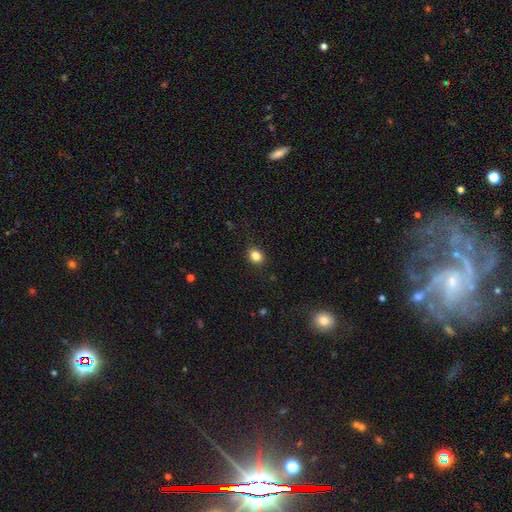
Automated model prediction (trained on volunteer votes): smooth_or_featured: smooth (p=0.84) [alt: star or artifact p=0.11]
how_rounded: round (p=0.59) [alt: in between p=0.40]
merging: none (p=0.88) [alt: minor disturbance p=0.09]